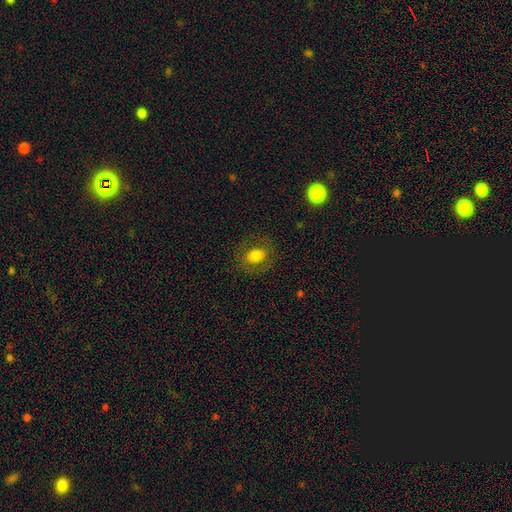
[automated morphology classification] smooth_or_featured: smooth (p=0.76) [alt: featured or disk p=0.14]
how_rounded: in between (p=0.52) [alt: round p=0.47]
merging: none (p=0.82) [alt: minor disturbance p=0.11]